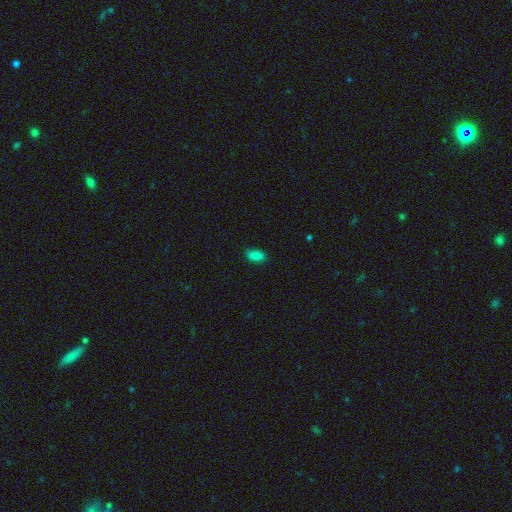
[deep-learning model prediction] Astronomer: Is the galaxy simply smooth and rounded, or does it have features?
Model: smooth — 86%.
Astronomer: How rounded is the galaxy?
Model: in between — 92%.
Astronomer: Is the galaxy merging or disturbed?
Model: none — 87%.